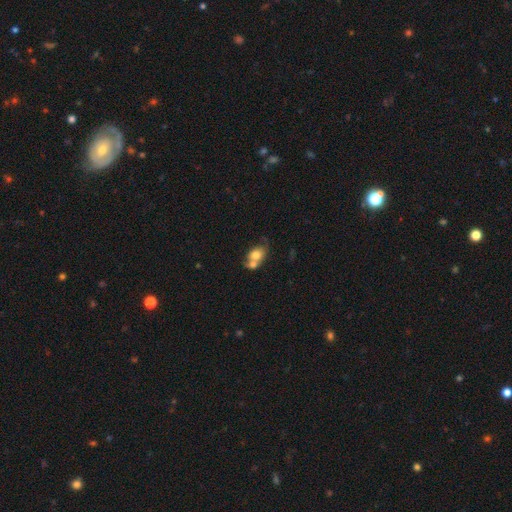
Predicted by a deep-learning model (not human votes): A smooth galaxy with no disk features (69%) that is in between round and cigar-shaped (59%). Merging: merger (61%).